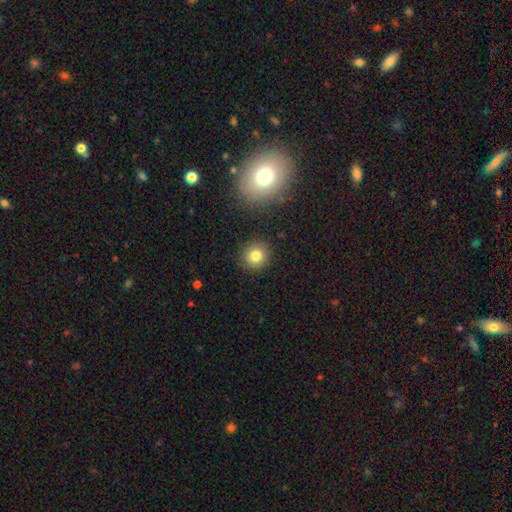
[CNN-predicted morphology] This appears to be a smooth galaxy with no disk features (81%) that is round (87%). Merging: none (87%).